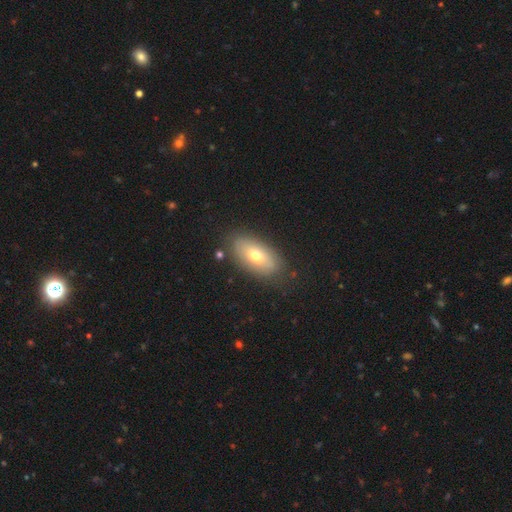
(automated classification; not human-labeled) A smooth galaxy with no disk features (64%) that is in between round and cigar-shaped (90%). Merging: none (82%).